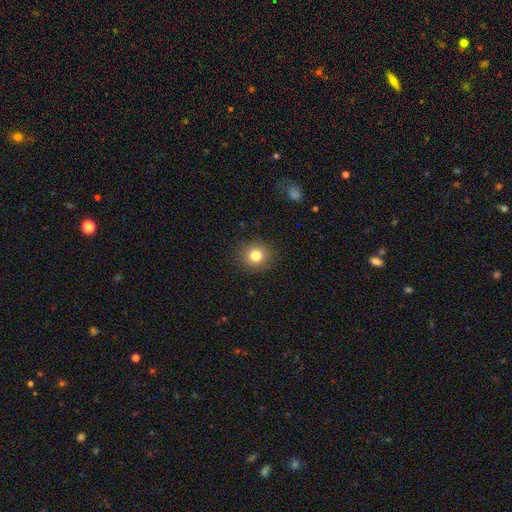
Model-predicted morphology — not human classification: Q: Smooth or featured?
A: smooth (81%); runner-up: star or artifact (11%)
Q: How rounded?
A: round (89%); runner-up: in between (11%)
Q: Merging?
A: none (89%); runner-up: minor disturbance (7%)